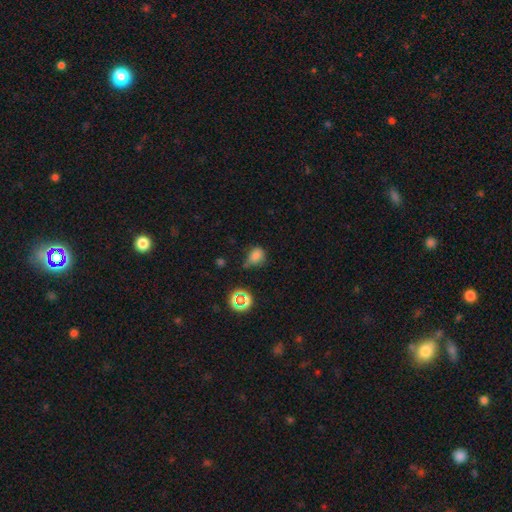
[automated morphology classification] type=smooth (75%); roundness=in between (56%); merging=none (47%).